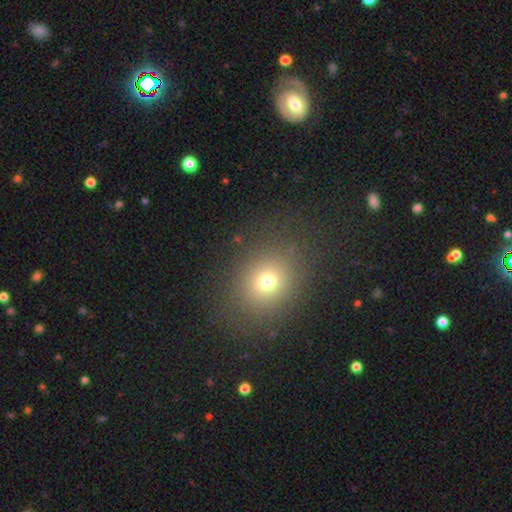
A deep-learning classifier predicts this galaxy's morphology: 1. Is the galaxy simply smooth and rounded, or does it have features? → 62% smooth, 29% star or artifact, 8% featured or disk.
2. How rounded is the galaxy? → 63% round, 35% in between, 1% cigar-shaped.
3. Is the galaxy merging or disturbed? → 88% none, 7% minor disturbance, 3% major disturbance, 1% merger.